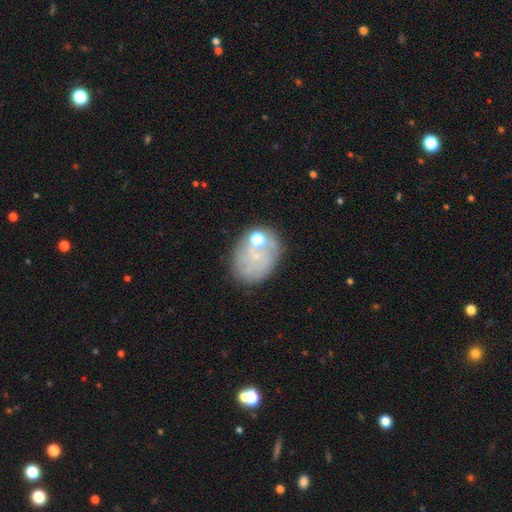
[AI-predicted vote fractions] The model was most divided on "smooth or featured": smooth: 49%, featured or disk: 33%, star or artifact: 18%. More confident: merging — none (62%).